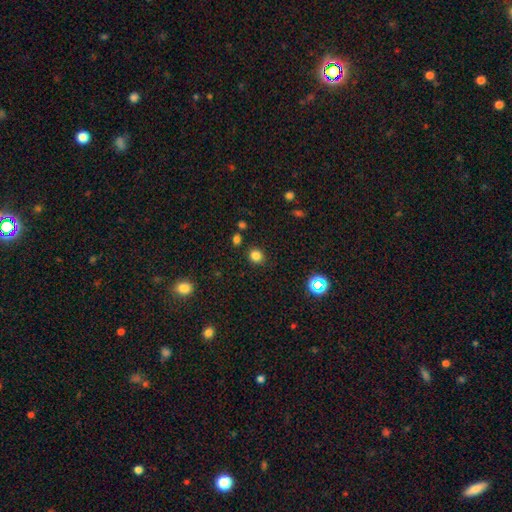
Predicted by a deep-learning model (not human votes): Smooth or featured?
  - smooth: 81% *
  - star or artifact: 15%
  - featured or disk: 4%
How rounded?
  - round: 86% *
  - in between: 13%
  - cigar-shaped: 1%
Merging?
  - none: 86% *
  - minor disturbance: 8%
  - merger: 3%
  - major disturbance: 3%